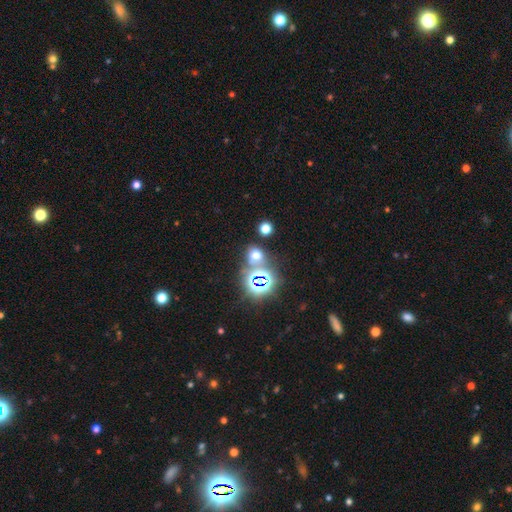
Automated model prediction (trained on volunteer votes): A smooth galaxy with no disk features (55%) that is round (73%).

Vote fractions:
- Smooth or featured? smooth: 55% / star or artifact: 37% / featured or disk: 8%
- How rounded? round: 73% / in between: 26% / cigar-shaped: 1%
- Merging? none: 67% / merger: 19% / minor disturbance: 9% / major disturbance: 5%